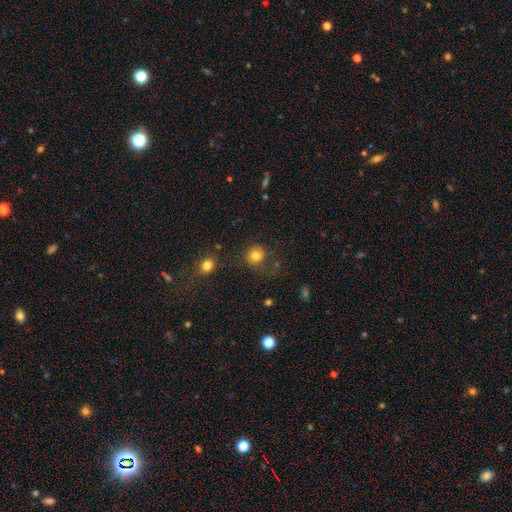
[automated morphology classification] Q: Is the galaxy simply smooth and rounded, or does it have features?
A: smooth — 81%.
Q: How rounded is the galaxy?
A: round — 88%.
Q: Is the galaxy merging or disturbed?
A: none — 72%.